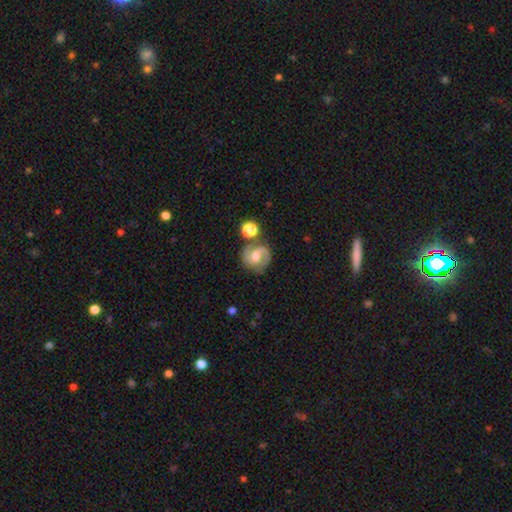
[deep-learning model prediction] Smooth or featured? featured or disk (74%)
Edge-on disk? no (98%)
Bar? no (46%)
Spiral arms? yes (94%)
Spiral winding? medium (50%)
Spiral arm count? 2 (83%)
Bulge size? moderate (57%)
Merging? none (66%)